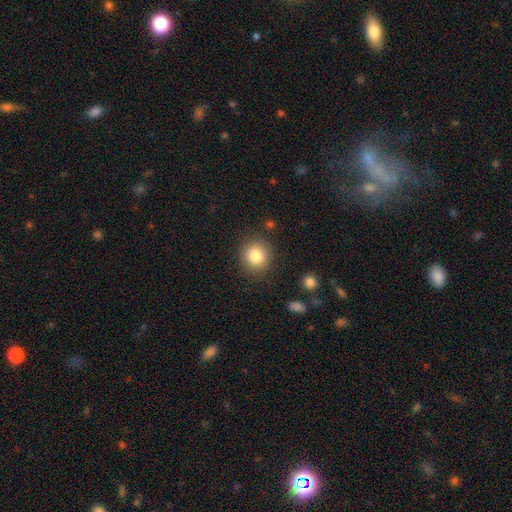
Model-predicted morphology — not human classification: smooth 82%, star or artifact 10%, featured or disk 7%. Down the decision tree: how rounded — round (89%); merging — none (87%).